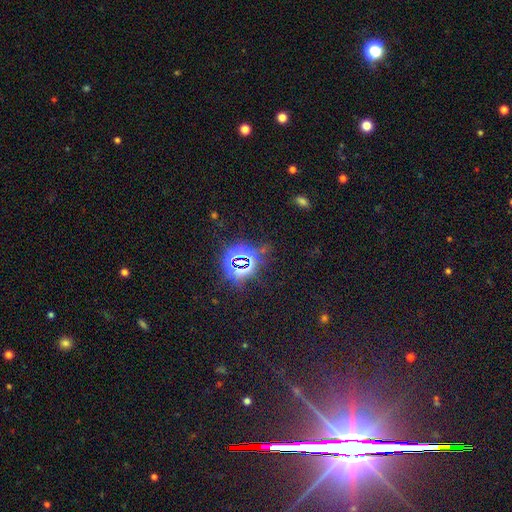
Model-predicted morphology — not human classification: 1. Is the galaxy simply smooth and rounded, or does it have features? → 79% star or artifact, 11% smooth, 10% featured or disk.